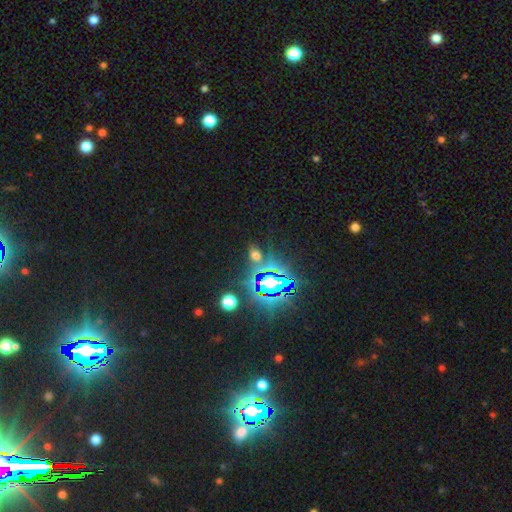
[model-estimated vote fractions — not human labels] A star or artifact, not a galaxy (51%).